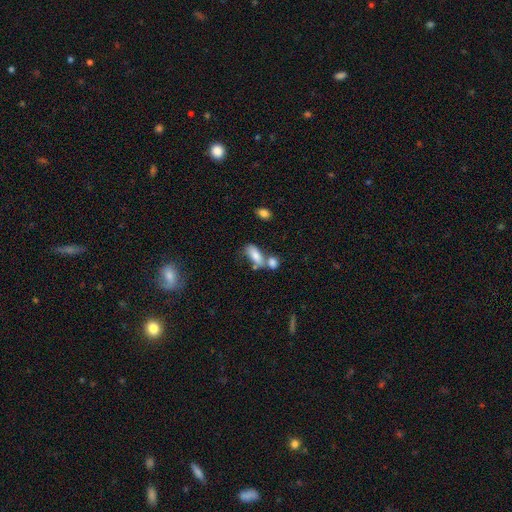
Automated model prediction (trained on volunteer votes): The model was most divided on "merging": merger: 43%, none: 36%, minor disturbance: 13%, major disturbance: 7%. More confident: how rounded — in between (81%); smooth or featured — smooth (78%).